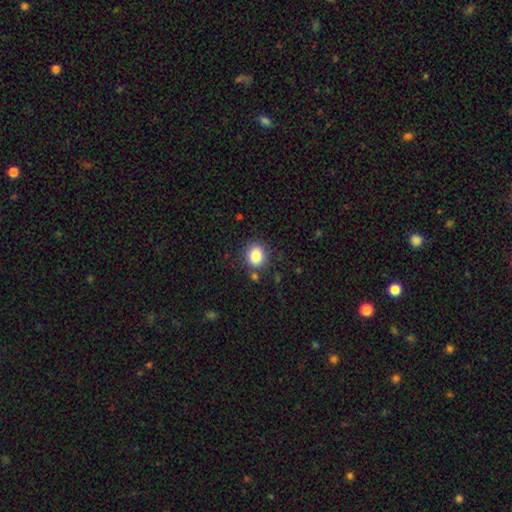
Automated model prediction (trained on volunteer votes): This is clearly a smooth galaxy (84%). How rounded: likely round (75%). Merging: clearly none (84%).